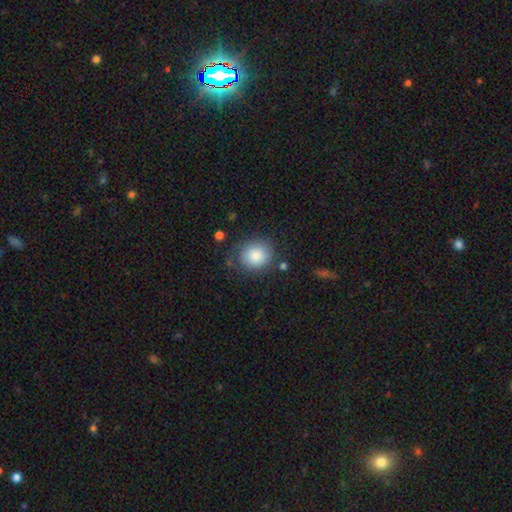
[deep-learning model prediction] Morphology: type=smooth (84%); roundness=round (74%); merging=none (71%).